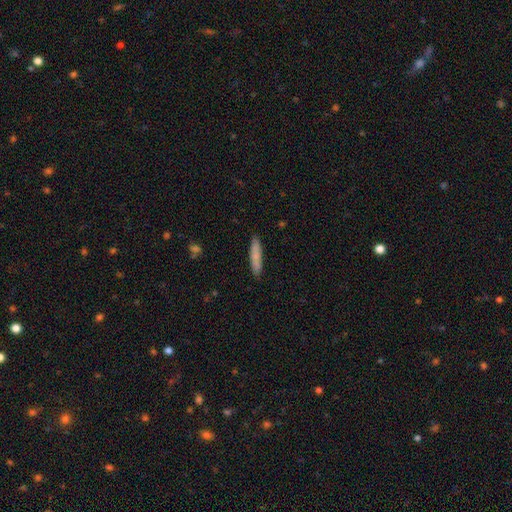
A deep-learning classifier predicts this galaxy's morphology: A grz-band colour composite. It shows a smooth galaxy with no disk features (77%) that is cigar-shaped (87%). Merging: none (88%).